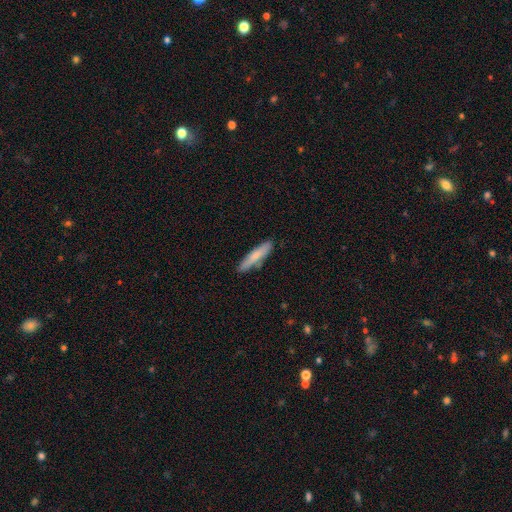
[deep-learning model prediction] A smooth galaxy with no disk features (74%) that is cigar-shaped (87%).

Vote fractions:
- Smooth or featured? smooth: 74% / featured or disk: 21% / star or artifact: 6%
- How rounded? cigar-shaped: 87% / in between: 12% / round: 1%
- Merging? none: 83% / minor disturbance: 12% / merger: 3% / major disturbance: 2%